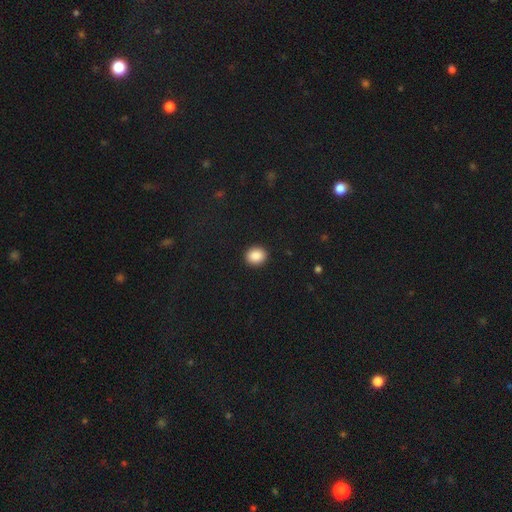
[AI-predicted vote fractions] smooth-or-featured: smooth: 89% | star or artifact: 9% | featured or disk: 3%
  how-rounded: round: 69% | in between: 30% | cigar-shaped: 1%
  merging: none: 92% | minor disturbance: 5% | major disturbance: 2% | merger: 1%